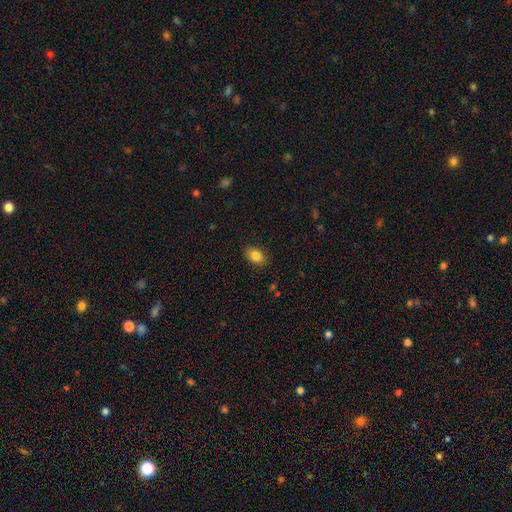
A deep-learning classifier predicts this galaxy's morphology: Smooth or featured? Predicted: smooth (p=0.85). How rounded? Predicted: in between (p=0.82). Merging? Predicted: none (p=0.88).